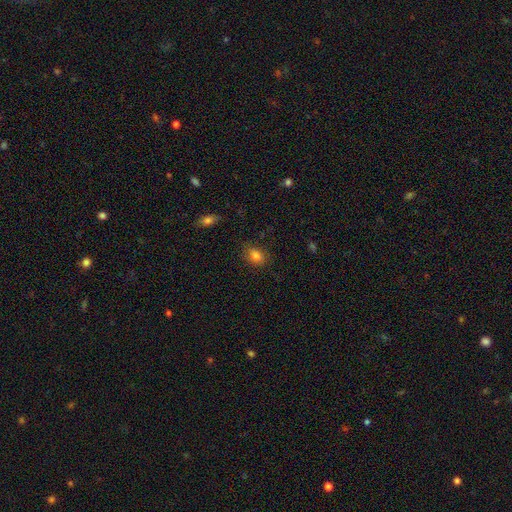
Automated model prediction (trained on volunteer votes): smooth-or-featured: smooth: 81% | star or artifact: 11% | featured or disk: 7%
  how-rounded: in between: 73% | round: 25% | cigar-shaped: 2%
  merging: none: 80% | minor disturbance: 15% | major disturbance: 4% | merger: 1%